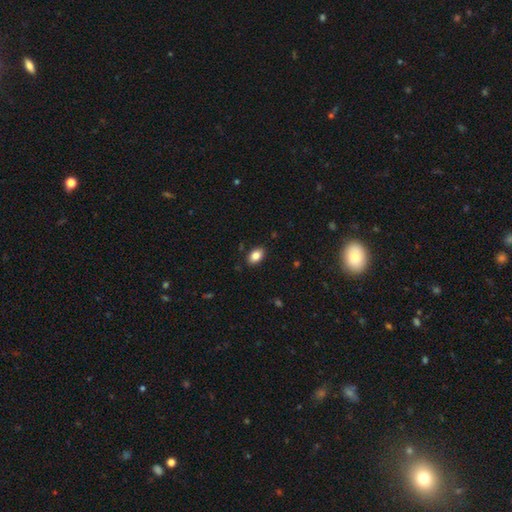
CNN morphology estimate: This is clearly a smooth galaxy (86%). How rounded: clearly in between (88%). Merging: clearly none (88%).